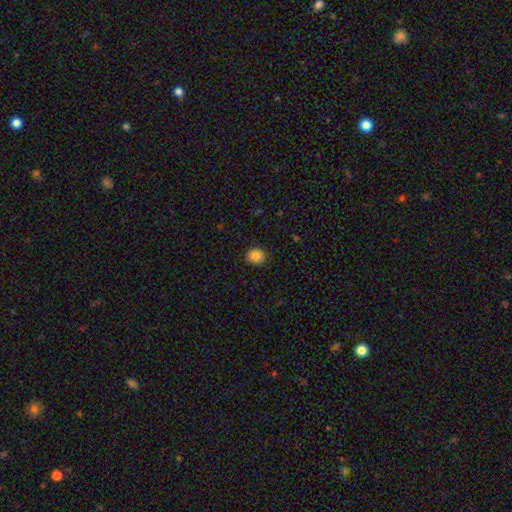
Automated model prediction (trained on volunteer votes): smooth 84%, star or artifact 10%, featured or disk 6%. Down the decision tree: how rounded — round (74%); merging — none (89%).